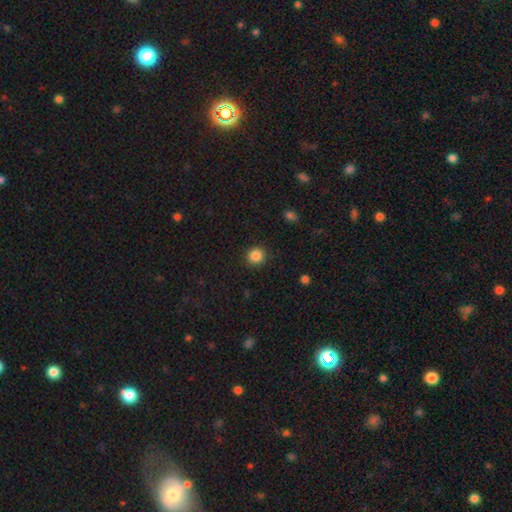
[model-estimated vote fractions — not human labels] The model was most divided on "smooth or featured": smooth: 86%, star or artifact: 10%, featured or disk: 4%. More confident: how rounded — round (92%); merging — none (91%).